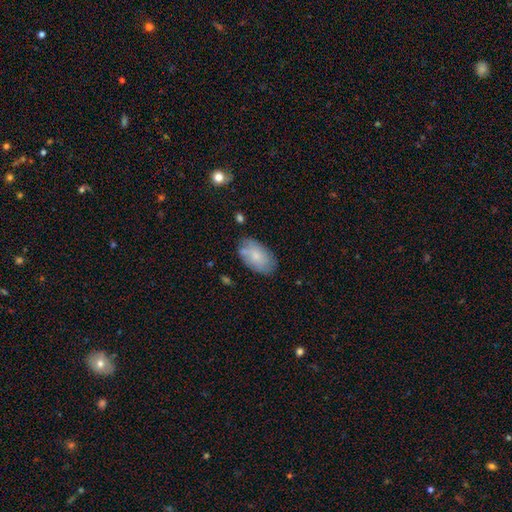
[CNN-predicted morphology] smooth_or_featured: smooth (p=0.71) [alt: featured or disk p=0.22]
how_rounded: in between (p=0.94) [alt: round p=0.05]
merging: none (p=0.70) [alt: minor disturbance p=0.21]